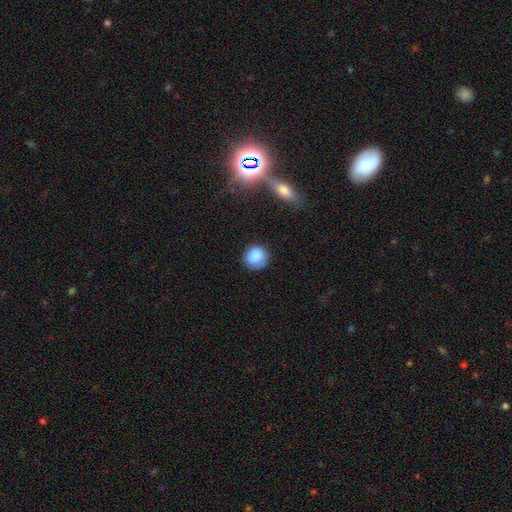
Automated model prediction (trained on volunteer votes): smooth 84%, star or artifact 9%, featured or disk 7%. Down the decision tree: how rounded — round (84%); merging — none (72%).